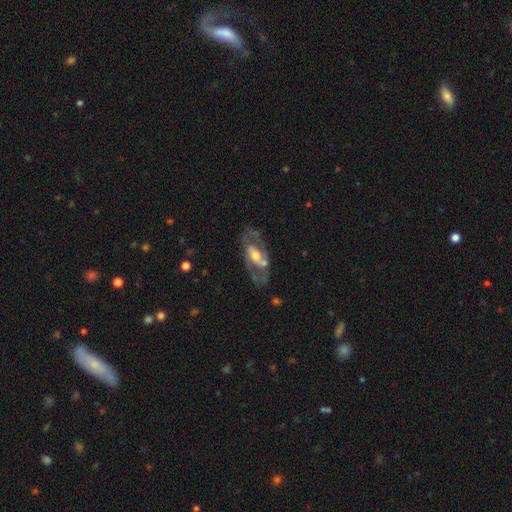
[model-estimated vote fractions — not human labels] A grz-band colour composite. It shows a featured or disk galaxy (77%) with a weak bar (36%, tied with no), spiral arms (71%) and a moderate central bulge (60%). Merging: none (64%).